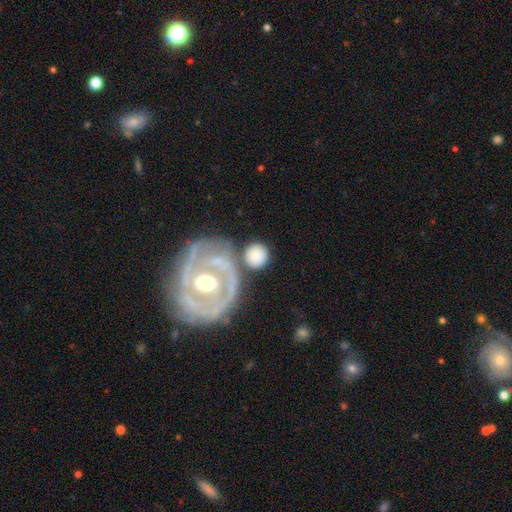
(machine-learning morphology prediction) smooth_or_featured: smooth (p=0.73) [alt: featured or disk p=0.21]
how_rounded: round (p=0.85) [alt: in between p=0.14]
merging: none (p=0.62) [alt: merger p=0.17]